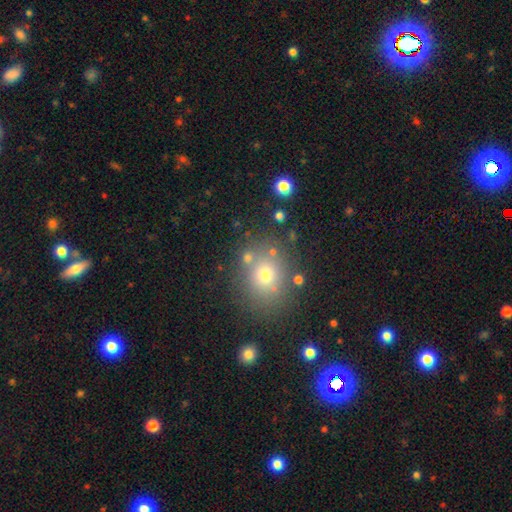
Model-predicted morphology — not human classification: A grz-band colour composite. It shows a smooth galaxy with no disk features (60%) that is round (72%). Merging: none (78%).